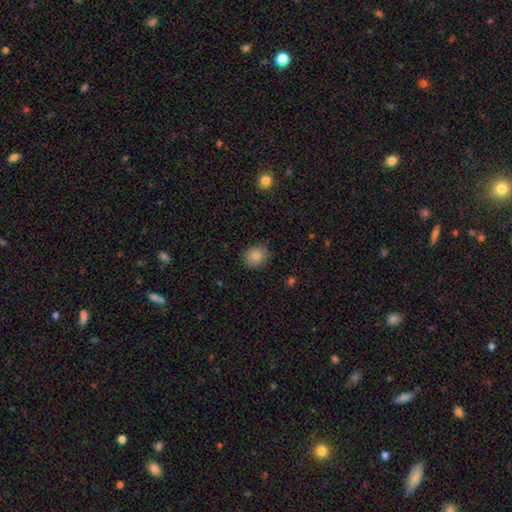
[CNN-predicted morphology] smooth 87%, star or artifact 9%, featured or disk 5%. Down the decision tree: how rounded — round (69%); merging — none (85%).